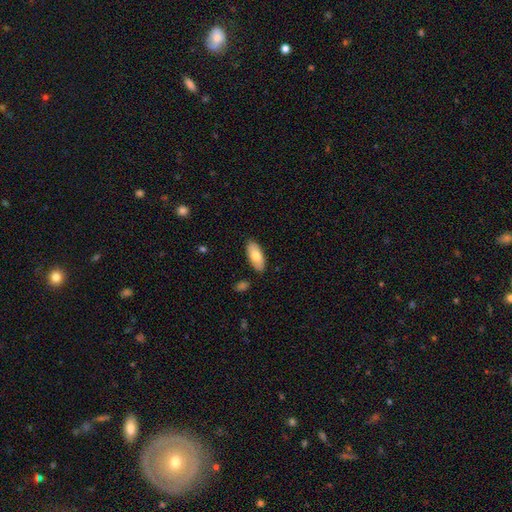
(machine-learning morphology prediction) This is likely a smooth galaxy (76%). How rounded: clearly in between (88%). Merging: clearly none (86%).